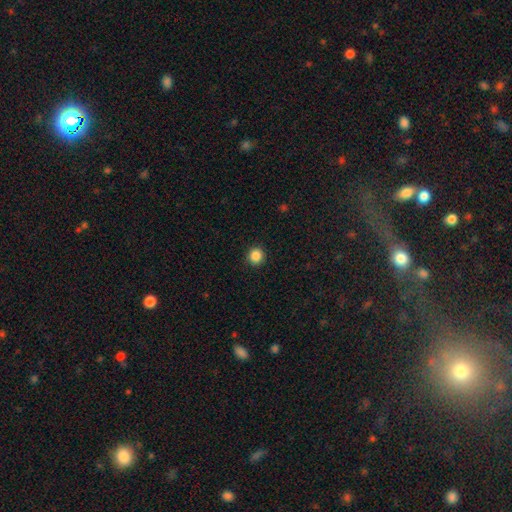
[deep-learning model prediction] Overall: smooth (87%). How rounded: round (93%). Merging: none (92%).